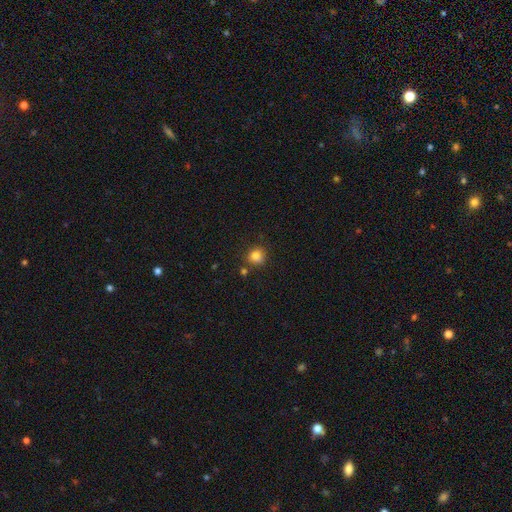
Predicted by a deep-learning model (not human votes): Smooth or featured? Predicted: smooth (p=0.83). How rounded? Predicted: round (p=0.88). Merging? Predicted: none (p=0.80).